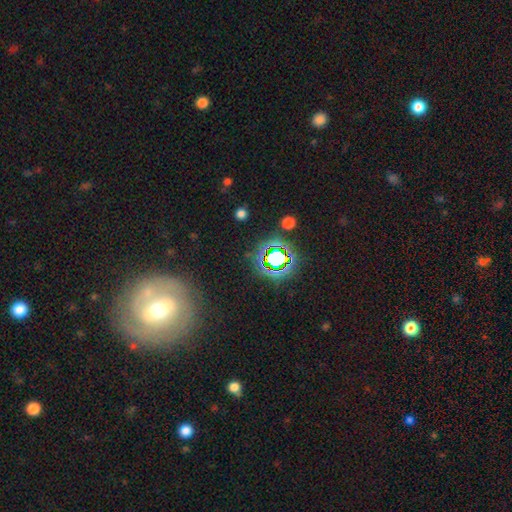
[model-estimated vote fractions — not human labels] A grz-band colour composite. It shows a featured or disk galaxy (40%). Merging: none (77%).